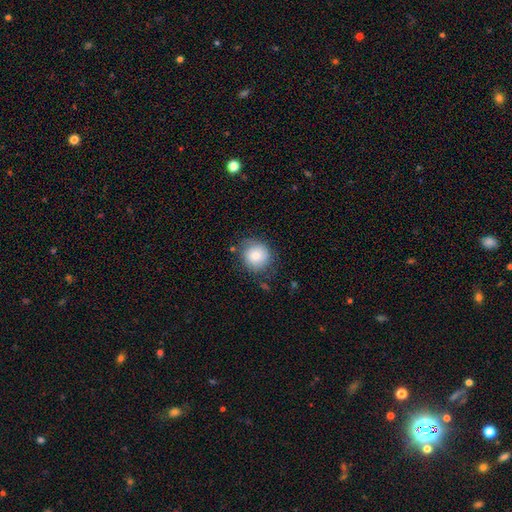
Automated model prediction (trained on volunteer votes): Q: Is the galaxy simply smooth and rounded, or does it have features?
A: smooth — 74%.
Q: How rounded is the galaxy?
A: round — 88%.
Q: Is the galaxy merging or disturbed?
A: none — 73%.